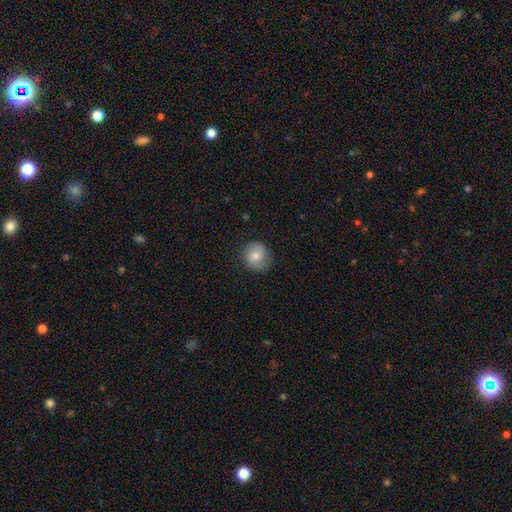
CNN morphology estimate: A smooth galaxy with no disk features (74%) that is round (84%).

Vote fractions:
- Smooth or featured? smooth: 74% / featured or disk: 18% / star or artifact: 8%
- How rounded? round: 84% / in between: 15% / cigar-shaped: 1%
- Merging? none: 83% / minor disturbance: 13% / major disturbance: 3% / merger: 1%